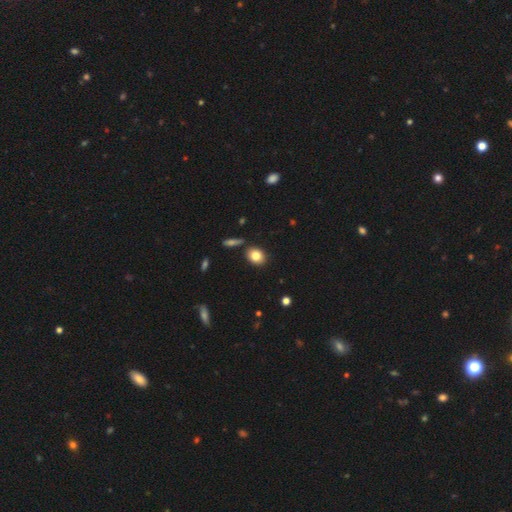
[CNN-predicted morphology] type=smooth (82%); roundness=in between (52%); merging=none (82%).